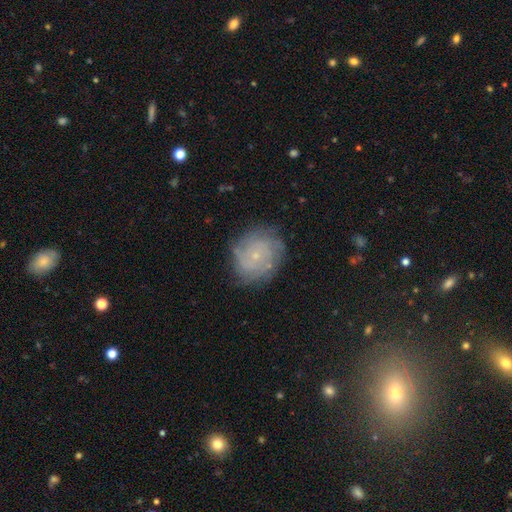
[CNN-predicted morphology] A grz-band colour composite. It shows a featured or disk galaxy (65%) with no bar (83%), tight (68%) spiral arms (87%) and a small central bulge (84%). Merging: none (77%).